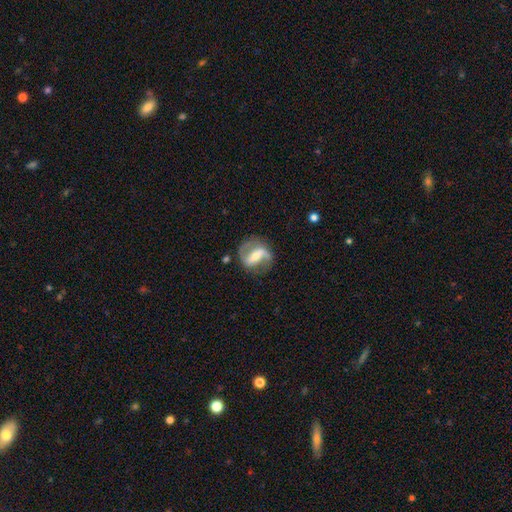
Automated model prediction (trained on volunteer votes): This appears to be a featured or disk galaxy (85%) with a strong bar (55%), 2 (89%) medium (45%) spiral arms (93%) and a moderate central bulge (47%). Merging: none (75%).